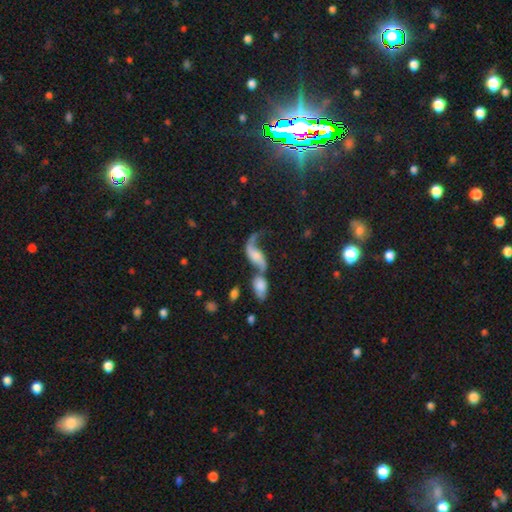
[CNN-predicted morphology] Overall: featured or disk (72%). Edge-on disk: no (93%). Bar: no (55%; weak 32%). Spiral arms: yes (86%). Spiral arm count: 2 (76%). Spiral winding: loose (91%). Bulge size: none (35%; small 24%). Merging: merger (53%; none 23%).